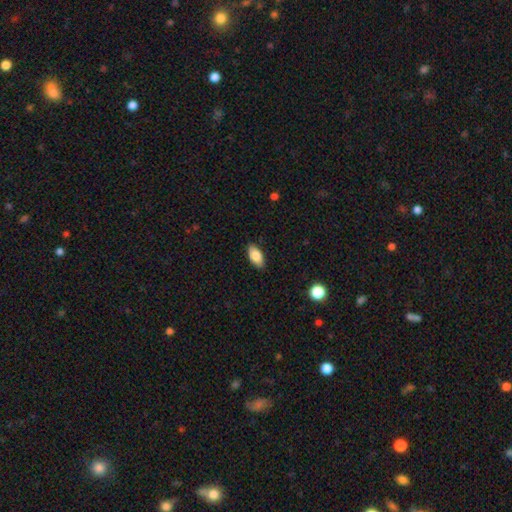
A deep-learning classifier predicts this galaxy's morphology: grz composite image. It shows a smooth galaxy with no disk features (81%) that is in between round and cigar-shaped (91%). Merging: none (87%).